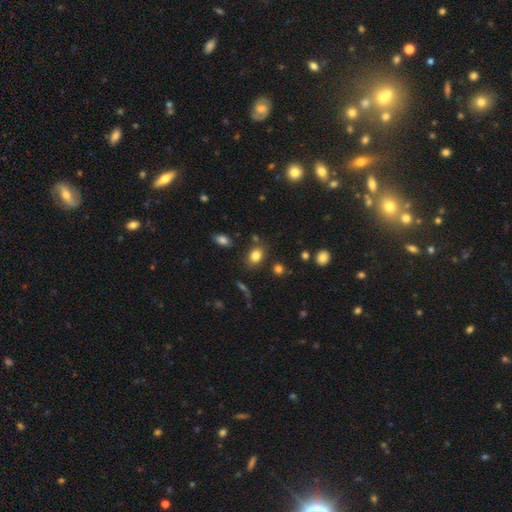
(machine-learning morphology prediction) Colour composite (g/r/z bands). It shows a smooth galaxy with no disk features (82%) that is in between round and cigar-shaped (69%). Merging: none (80%).